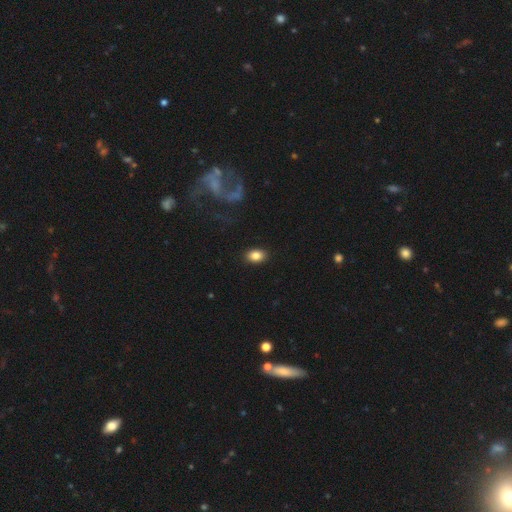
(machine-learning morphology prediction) smooth_or_featured: smooth (p=0.85) [alt: star or artifact p=0.09]
how_rounded: in between (p=0.80) [alt: round p=0.19]
merging: none (p=0.89) [alt: minor disturbance p=0.08]